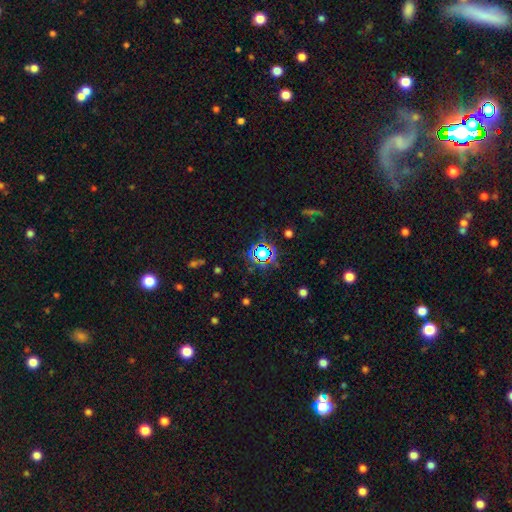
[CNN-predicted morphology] Overall: star or artifact (73%).